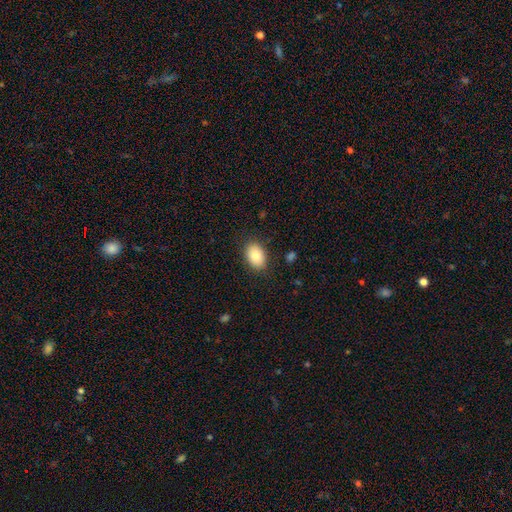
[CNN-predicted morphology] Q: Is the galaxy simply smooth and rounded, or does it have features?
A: smooth — 83%.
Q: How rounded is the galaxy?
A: in between — 85%.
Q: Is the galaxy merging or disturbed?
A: none — 87%.